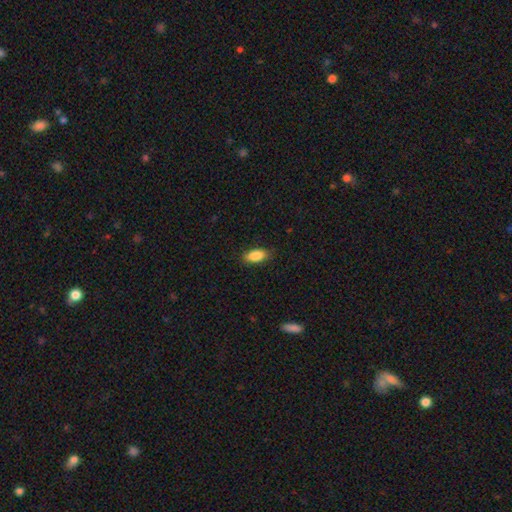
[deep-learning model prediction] Morphology: type=smooth (88%); roundness=in between (88%); merging=none (86%).